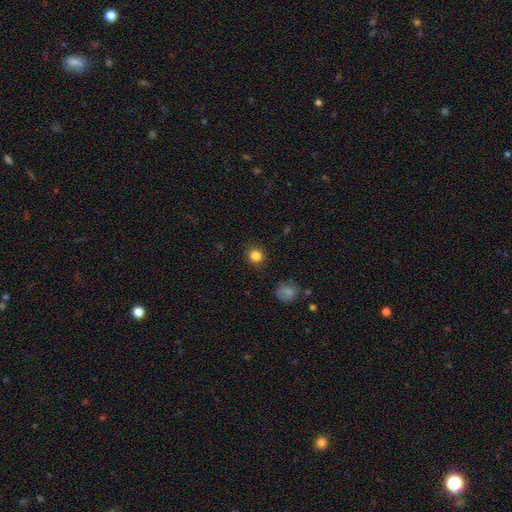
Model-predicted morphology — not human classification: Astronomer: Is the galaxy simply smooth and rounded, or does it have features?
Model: smooth — 84%.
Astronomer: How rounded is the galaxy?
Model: round — 89%.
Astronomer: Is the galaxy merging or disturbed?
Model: none — 90%.